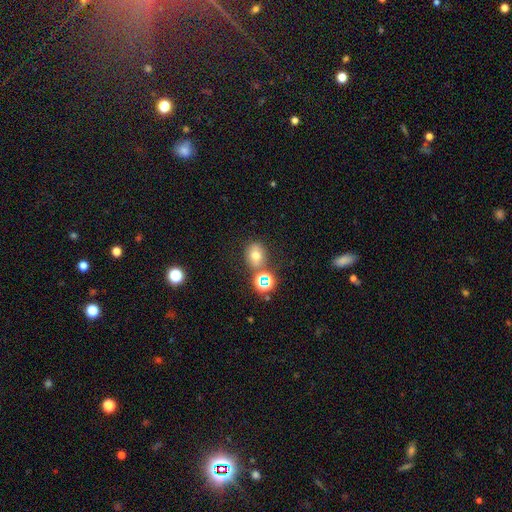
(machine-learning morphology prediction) A smooth galaxy with no disk features (65%) that is round (55%).

Vote fractions:
- Smooth or featured? smooth: 65% / star or artifact: 21% / featured or disk: 14%
- How rounded? round: 55% / in between: 44% / cigar-shaped: 1%
- Merging? none: 68% / merger: 15% / minor disturbance: 13% / major disturbance: 5%